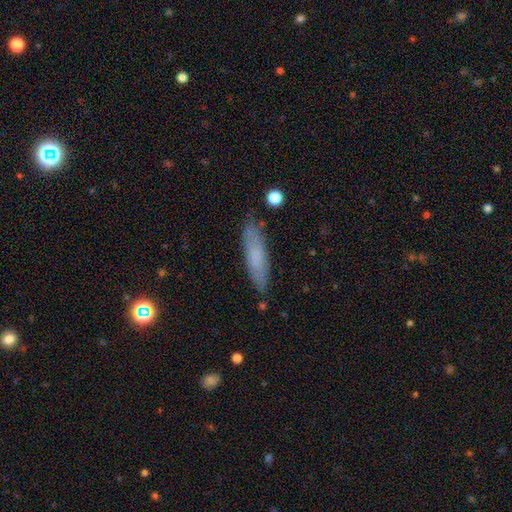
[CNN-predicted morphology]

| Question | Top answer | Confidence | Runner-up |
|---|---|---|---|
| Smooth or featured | smooth | 69% | featured or disk (24%) |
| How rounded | cigar-shaped | 76% | in between (22%) |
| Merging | none | 84% | minor disturbance (12%) |